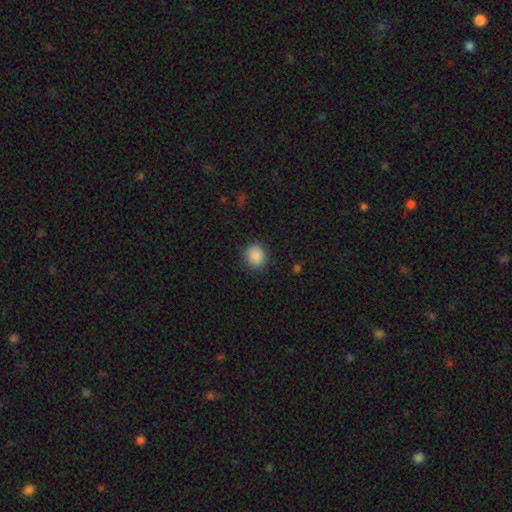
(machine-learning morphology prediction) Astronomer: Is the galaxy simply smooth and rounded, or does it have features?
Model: smooth — 88%.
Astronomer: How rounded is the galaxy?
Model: round — 80%.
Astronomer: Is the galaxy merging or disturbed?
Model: none — 88%.